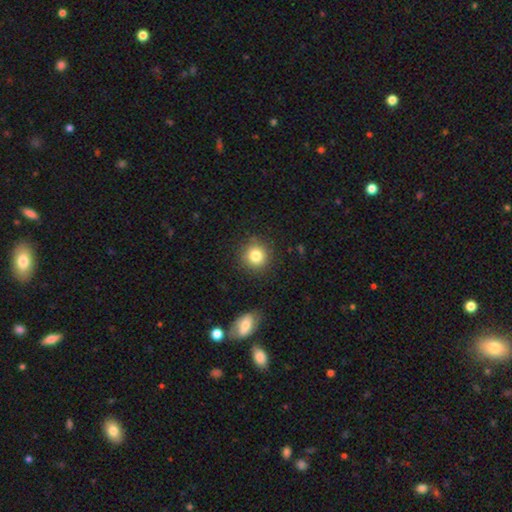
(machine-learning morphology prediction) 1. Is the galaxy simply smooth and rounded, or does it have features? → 82% smooth, 11% star or artifact, 7% featured or disk.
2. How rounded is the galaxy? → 92% round, 7% in between, 1% cigar-shaped.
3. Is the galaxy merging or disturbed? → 87% none, 8% minor disturbance, 3% major disturbance, 2% merger.